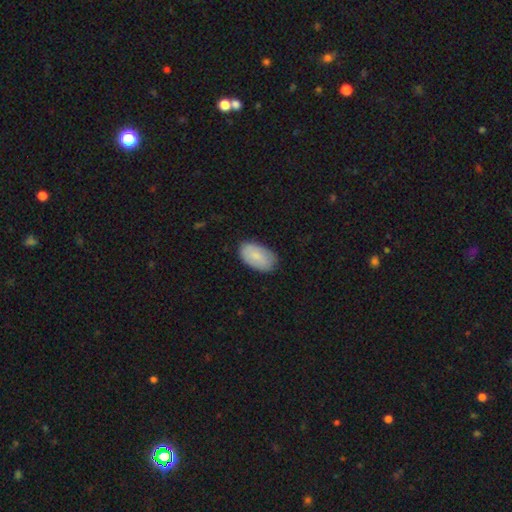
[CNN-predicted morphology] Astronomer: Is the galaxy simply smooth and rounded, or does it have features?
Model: smooth — 82%.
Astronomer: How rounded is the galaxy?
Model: in between — 94%.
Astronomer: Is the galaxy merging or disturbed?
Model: none — 81%.